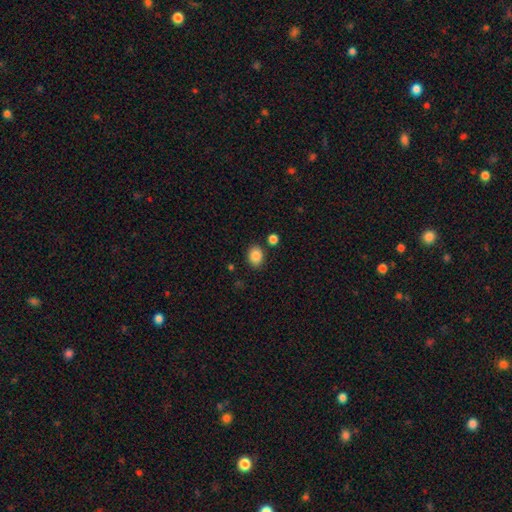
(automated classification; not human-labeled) Overall: smooth (86%). How rounded: in between (54%; round 45%). Merging: none (84%).